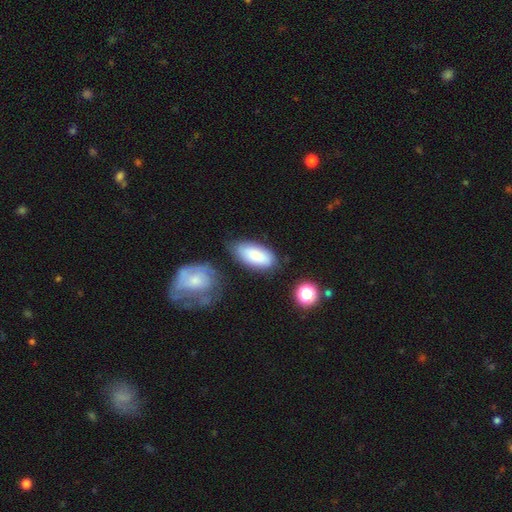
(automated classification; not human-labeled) A smooth galaxy with no disk features (79%) that is in between round and cigar-shaped (90%).

Vote fractions:
- Smooth or featured? smooth: 79% / featured or disk: 14% / star or artifact: 7%
- How rounded? in between: 90% / cigar-shaped: 7% / round: 3%
- Merging? none: 70% / minor disturbance: 18% / merger: 7% / major disturbance: 5%